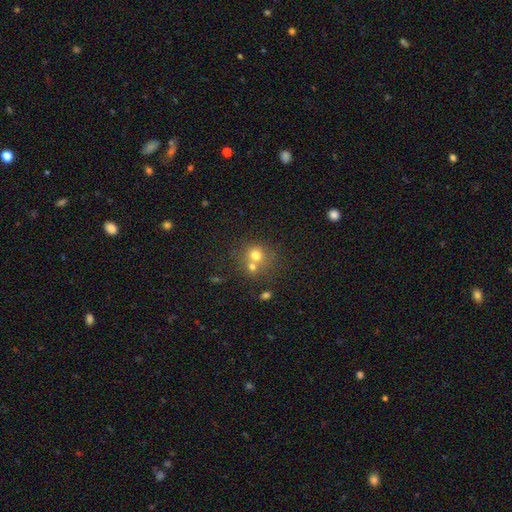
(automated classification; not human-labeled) Q: Smooth or featured?
A: smooth (70%); runner-up: featured or disk (15%)
Q: How rounded?
A: round (83%); runner-up: in between (16%)
Q: Merging?
A: none (44%); tied with: merger (44%)